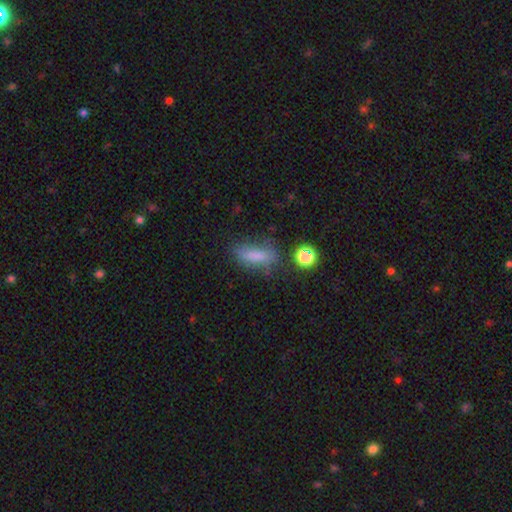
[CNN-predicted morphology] smooth-or-featured: smooth: 73% | featured or disk: 14% | star or artifact: 13%
  how-rounded: in between: 54% | cigar-shaped: 41% | round: 5%
  merging: none: 63% | minor disturbance: 23% | major disturbance: 9% | merger: 5%